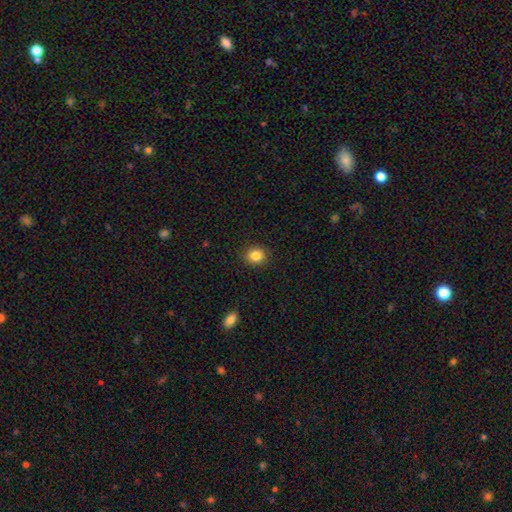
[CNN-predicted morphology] This appears to be a smooth galaxy with no disk features (85%) that is round (75%). Merging: none (90%).